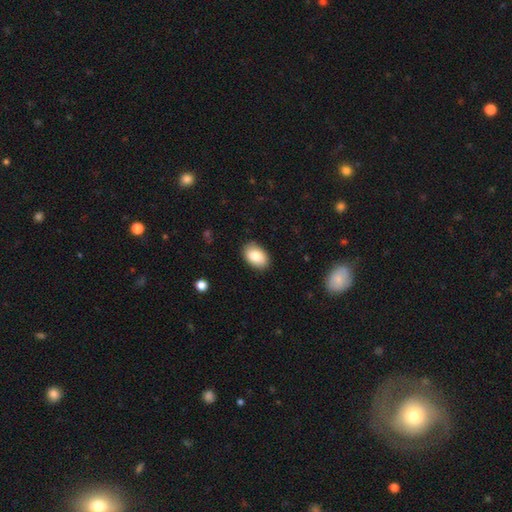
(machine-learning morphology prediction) This appears to be a smooth galaxy with no disk features (84%) that is in between round and cigar-shaped (88%). Merging: none (86%).